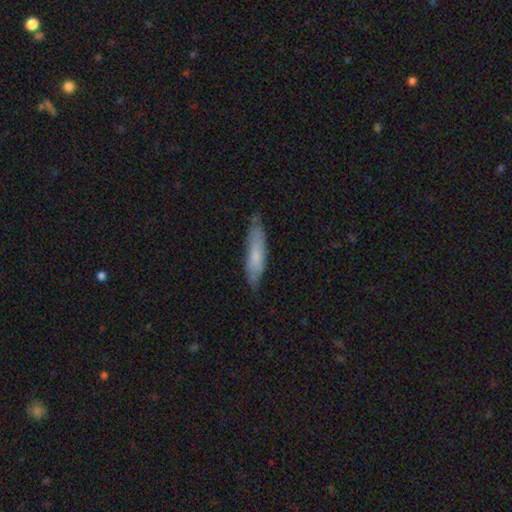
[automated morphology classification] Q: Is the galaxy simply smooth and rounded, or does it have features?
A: smooth — 64%.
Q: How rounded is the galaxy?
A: cigar-shaped — 76%.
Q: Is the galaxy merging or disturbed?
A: none — 72%.